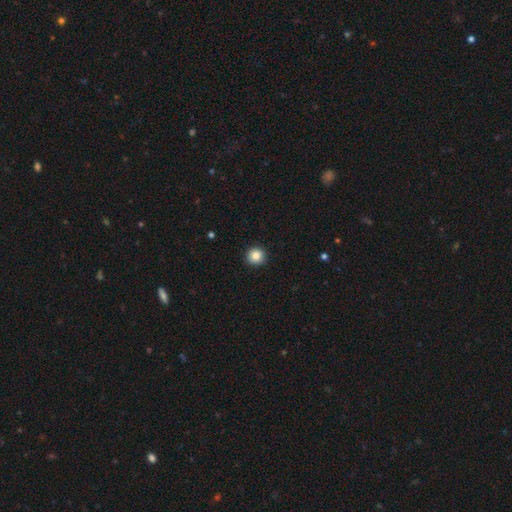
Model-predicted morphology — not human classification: A smooth galaxy with no disk features (86%) that is round (94%). Merging: none (92%).